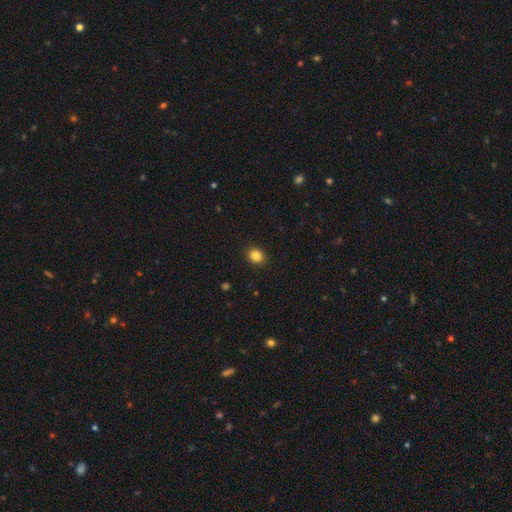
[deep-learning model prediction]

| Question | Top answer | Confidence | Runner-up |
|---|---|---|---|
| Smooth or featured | smooth | 85% | star or artifact (11%) |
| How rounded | round | 65% | in between (34%) |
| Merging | none | 91% | minor disturbance (6%) |